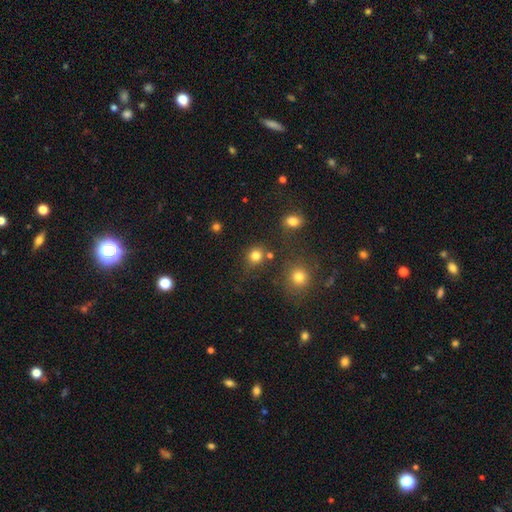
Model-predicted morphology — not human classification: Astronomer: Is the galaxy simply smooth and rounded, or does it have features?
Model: smooth — 81%.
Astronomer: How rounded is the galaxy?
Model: round — 86%.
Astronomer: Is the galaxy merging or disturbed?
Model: none — 76%.